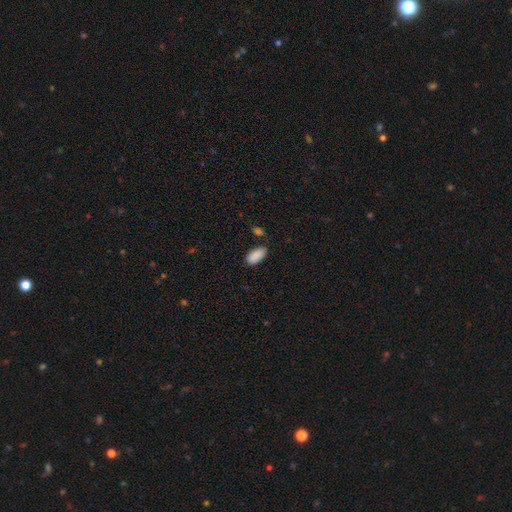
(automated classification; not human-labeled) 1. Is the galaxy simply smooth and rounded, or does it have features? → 90% smooth, 7% star or artifact, 3% featured or disk.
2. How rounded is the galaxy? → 90% in between, 8% cigar-shaped, 2% round.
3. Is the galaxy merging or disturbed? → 79% none, 14% minor disturbance, 4% merger, 3% major disturbance.